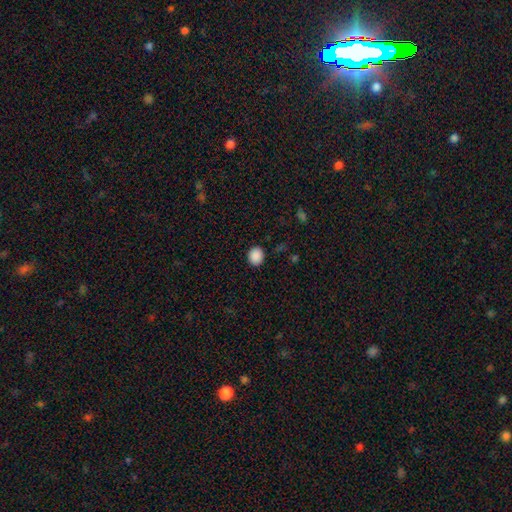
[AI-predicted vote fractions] Smooth or featured? smooth (89%)
How rounded? round (69%)
Merging? none (90%)